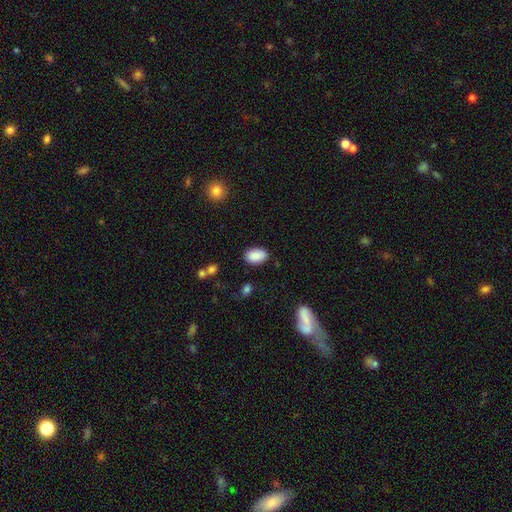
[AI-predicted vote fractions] Smooth or featured? Predicted: smooth (p=0.88). How rounded? Predicted: in between (p=0.92). Merging? Predicted: none (p=0.84).